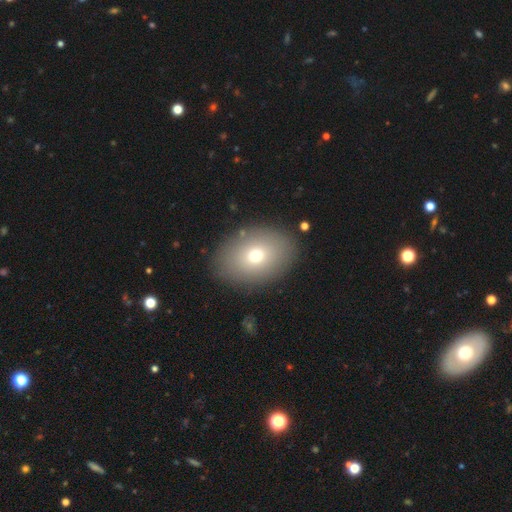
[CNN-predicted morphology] type=smooth (73%); roundness=in between (79%); merging=none (86%).